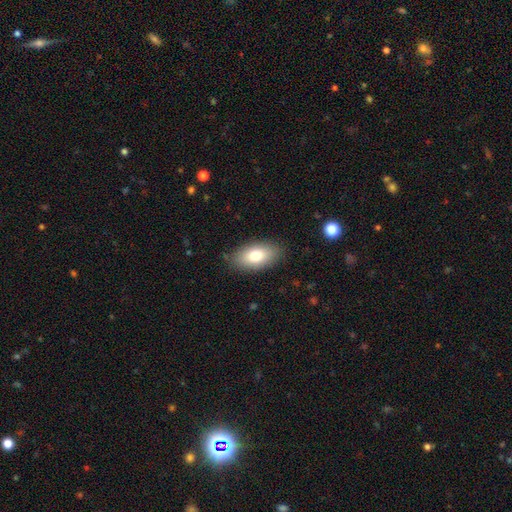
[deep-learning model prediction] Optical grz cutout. It shows a smooth galaxy with no disk features (78%) that is in between round and cigar-shaped (92%). Merging: none (85%).